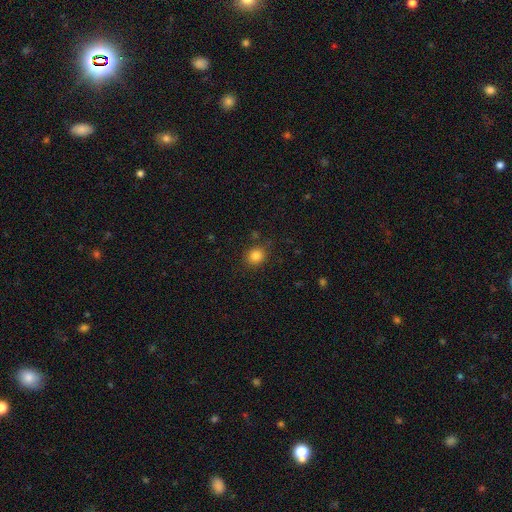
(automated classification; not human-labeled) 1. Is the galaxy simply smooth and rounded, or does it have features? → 84% smooth, 11% star or artifact, 5% featured or disk.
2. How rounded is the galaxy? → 78% round, 21% in between, 1% cigar-shaped.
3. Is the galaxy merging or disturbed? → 86% none, 10% minor disturbance, 3% major disturbance, 2% merger.